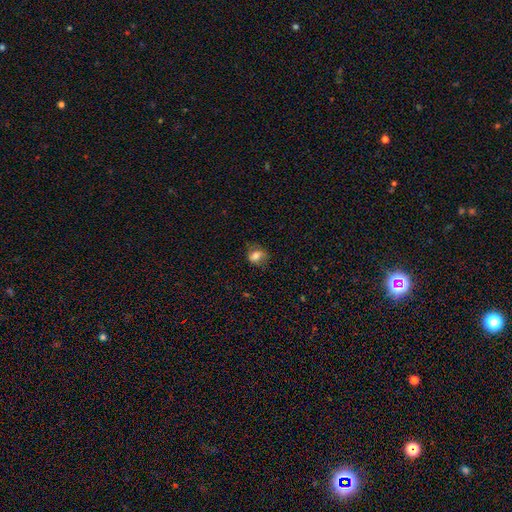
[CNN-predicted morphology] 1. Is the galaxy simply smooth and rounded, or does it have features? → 75% smooth, 15% featured or disk, 10% star or artifact.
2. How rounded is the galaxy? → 56% in between, 43% round, 2% cigar-shaped.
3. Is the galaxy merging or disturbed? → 68% none, 23% minor disturbance, 8% major disturbance, 1% merger.